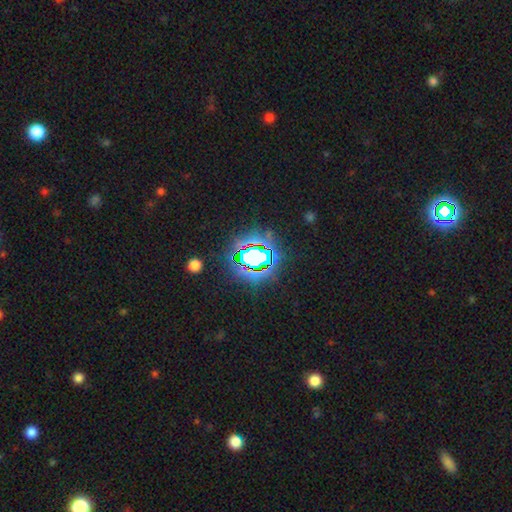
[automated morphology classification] smooth_or_featured: star or artifact (p=0.72) [alt: smooth p=0.17]